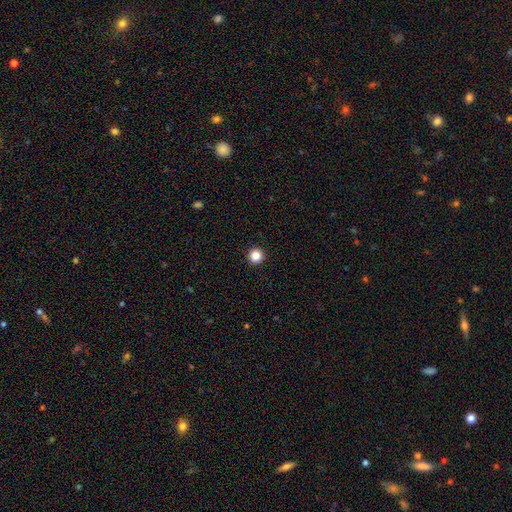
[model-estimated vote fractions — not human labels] Smooth or featured: smooth — 85% (star or artifact — 11%)
How rounded: round — 96% (in between — 3%)
Merging: none — 94% (minor disturbance — 3%)